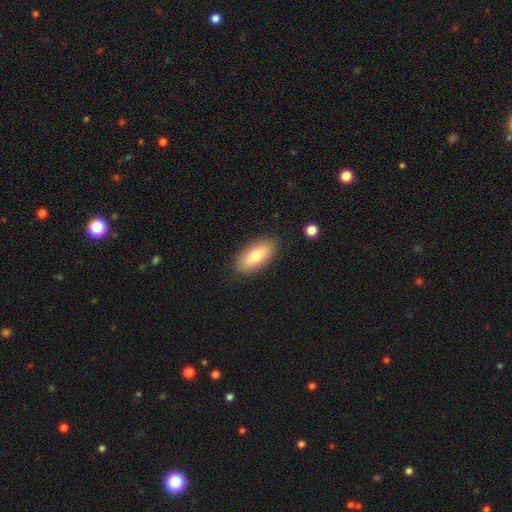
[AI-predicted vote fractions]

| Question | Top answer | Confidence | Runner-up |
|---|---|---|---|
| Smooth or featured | smooth | 75% | featured or disk (18%) |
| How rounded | in between | 87% | cigar-shaped (11%) |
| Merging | none | 88% | minor disturbance (9%) |